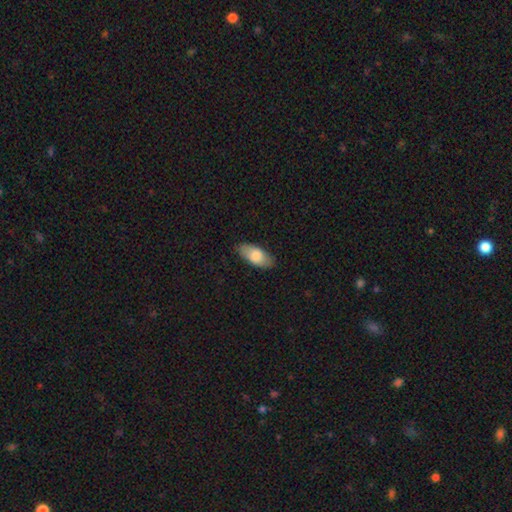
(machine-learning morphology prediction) A smooth galaxy with no disk features (80%) that is in between round and cigar-shaped (90%). Merging: none (84%).